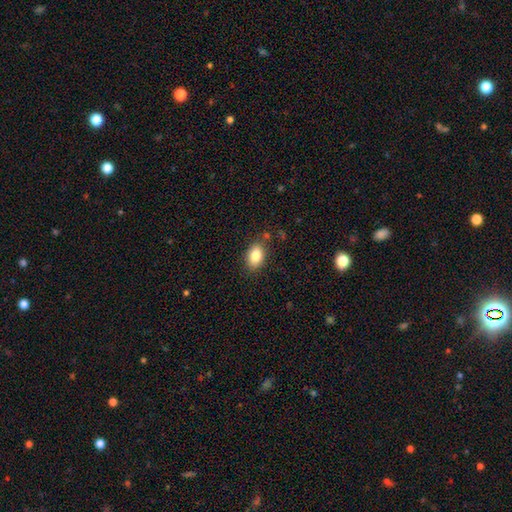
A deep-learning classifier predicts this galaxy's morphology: Q: Smooth or featured?
A: smooth (84%); runner-up: star or artifact (8%)
Q: How rounded?
A: in between (84%); runner-up: round (14%)
Q: Merging?
A: none (82%); runner-up: minor disturbance (12%)